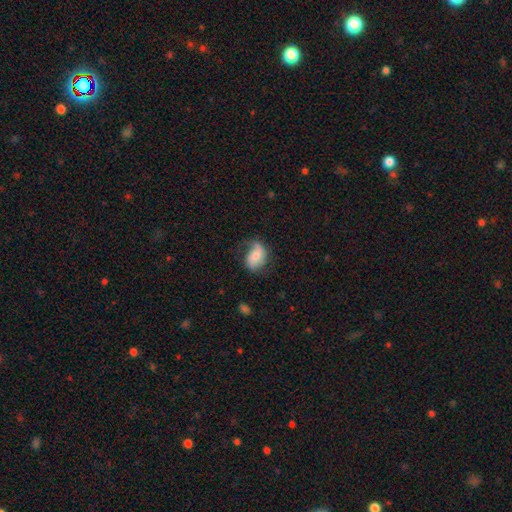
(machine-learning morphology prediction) smooth_or_featured: featured or disk (p=0.49) [alt: smooth p=0.43]
merging: none (p=0.51) [alt: minor disturbance p=0.30]